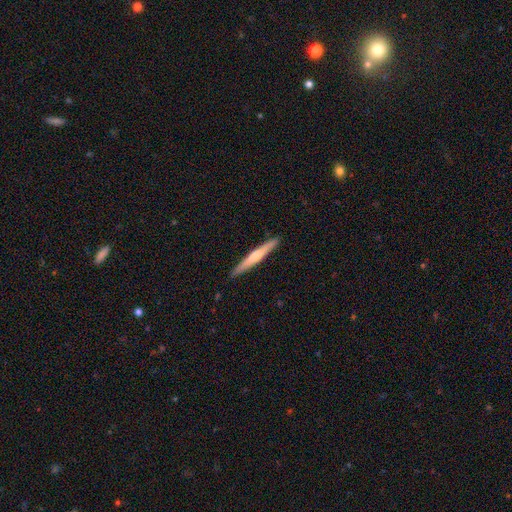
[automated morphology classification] smooth_or_featured: featured or disk (p=0.54) [alt: smooth p=0.41]
disk_edge_on: yes (p=0.97) [alt: no p=0.03]
edge_on_bulge: rounded (p=0.68) [alt: none p=0.26]
merging: none (p=0.91) [alt: minor disturbance p=0.07]